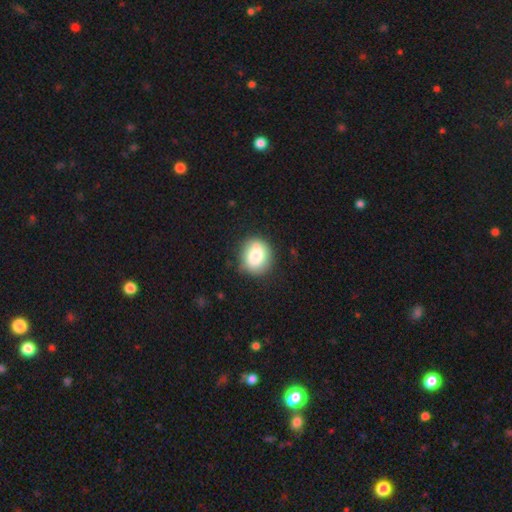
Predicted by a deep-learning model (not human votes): Smooth or featured? smooth (78%)
How rounded? round (71%)
Merging? none (75%)